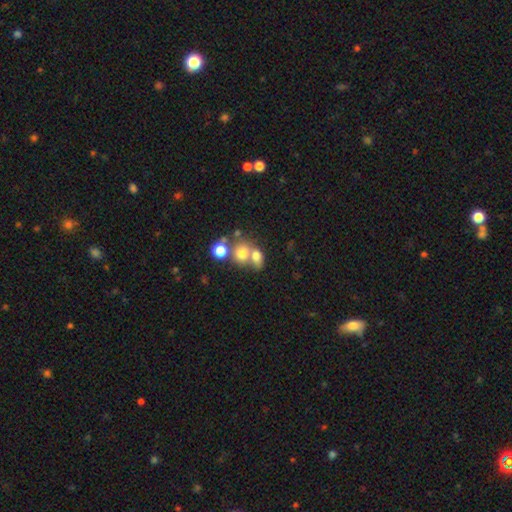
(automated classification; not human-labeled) Smooth or featured? smooth (71%)
How rounded? round (51%)
Merging? merger (54%)